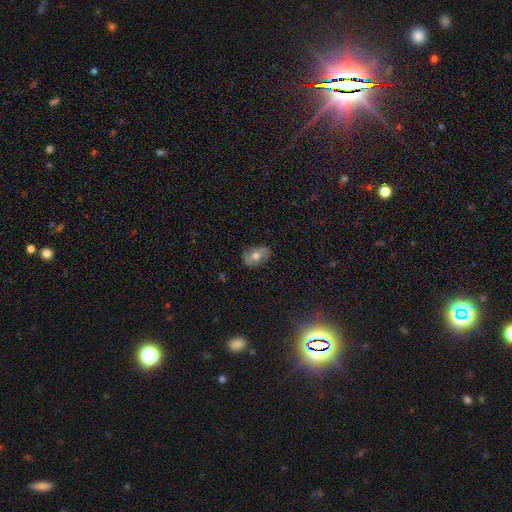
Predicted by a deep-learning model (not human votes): Smooth or featured? smooth (57%)
How rounded? in between (82%)
Merging? none (80%)